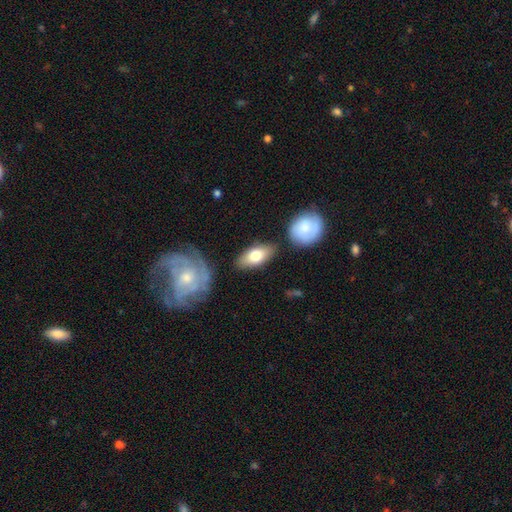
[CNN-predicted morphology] Smooth or featured?
  - smooth: 71% *
  - featured or disk: 23%
  - star or artifact: 6%
How rounded?
  - in between: 85% *
  - cigar-shaped: 11%
  - round: 4%
Merging?
  - none: 79% *
  - minor disturbance: 13%
  - merger: 6%
  - major disturbance: 3%